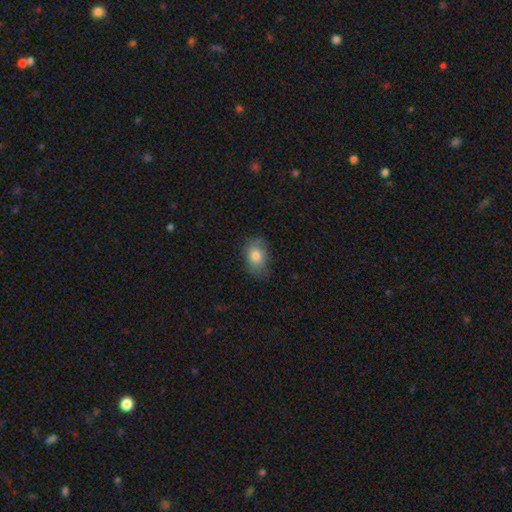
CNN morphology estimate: Overall: smooth (81%). How rounded: in between (77%). Merging: none (72%).